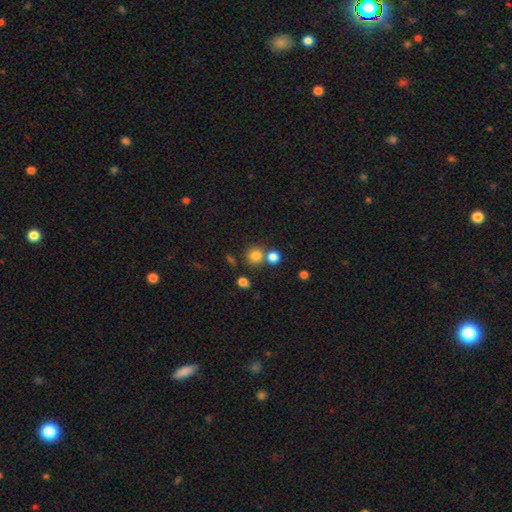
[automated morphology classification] Smooth or featured? Predicted: smooth (p=0.79). How rounded? Predicted: round (p=0.88). Merging? Predicted: none (p=0.66).